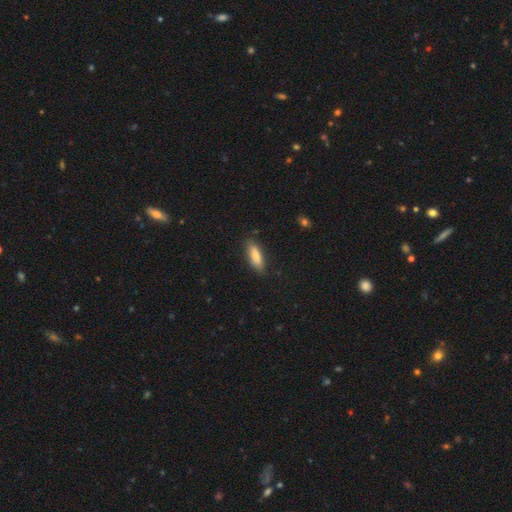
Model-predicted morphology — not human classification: Smooth or featured? smooth (77%)
How rounded? in between (60%)
Merging? none (85%)